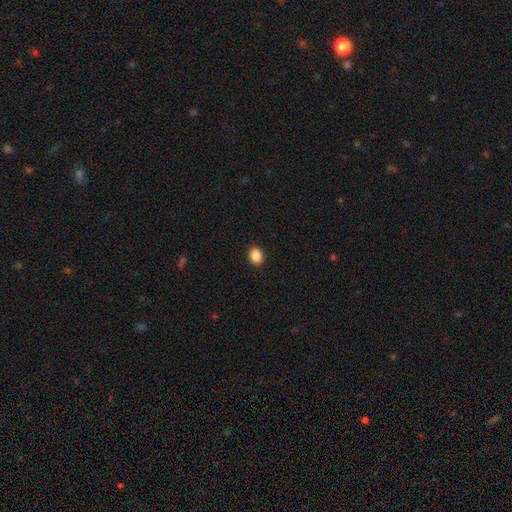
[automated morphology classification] Smooth or featured? smooth (89%)
How rounded? in between (60%)
Merging? none (91%)